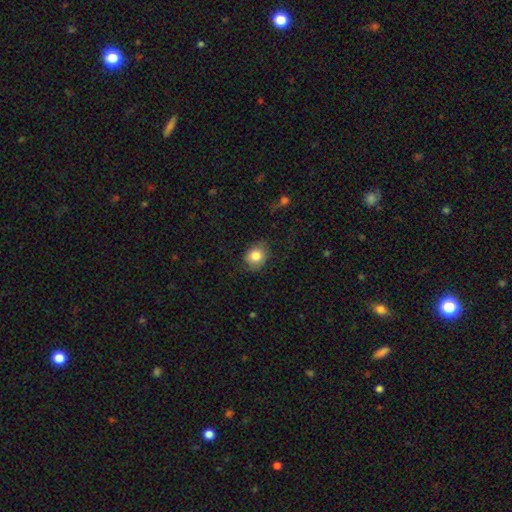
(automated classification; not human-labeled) smooth 82%, star or artifact 9%, featured or disk 9%. Down the decision tree: how rounded — round (61%); merging — none (77%).